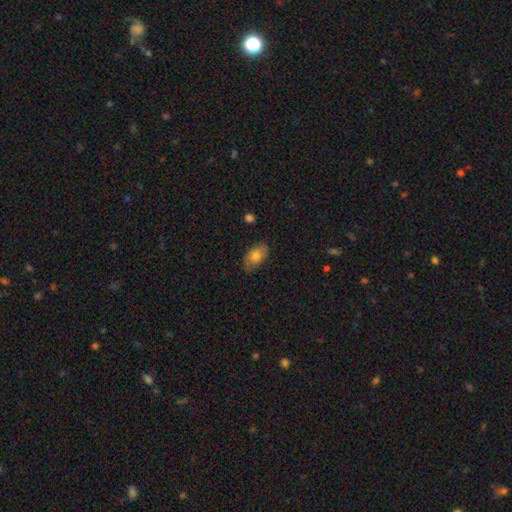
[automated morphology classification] Smooth or featured: smooth — 76% (featured or disk — 16%)
How rounded: in between — 90% (round — 8%)
Merging: none — 75% (minor disturbance — 19%)